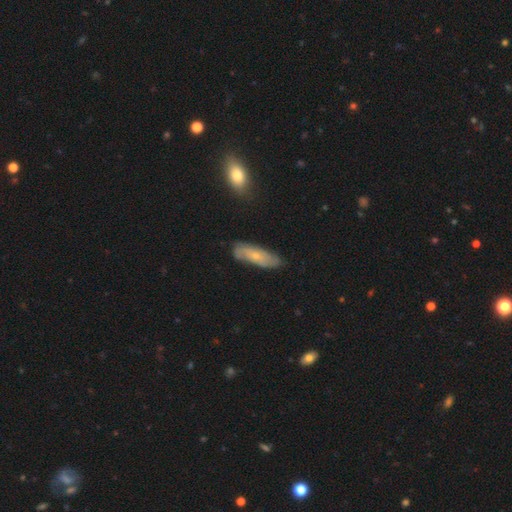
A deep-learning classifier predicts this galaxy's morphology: The model was most divided on "smooth or featured": featured or disk: 48%, smooth: 46%, star or artifact: 7%. More confident: merging — none (74%).